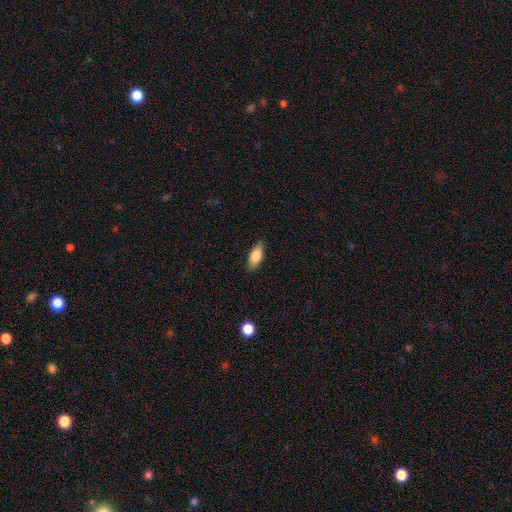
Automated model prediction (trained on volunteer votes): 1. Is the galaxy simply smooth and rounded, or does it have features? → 81% smooth, 13% featured or disk, 6% star or artifact.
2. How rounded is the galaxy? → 84% in between, 14% cigar-shaped, 3% round.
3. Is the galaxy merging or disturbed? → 85% none, 11% minor disturbance, 2% major disturbance, 1% merger.